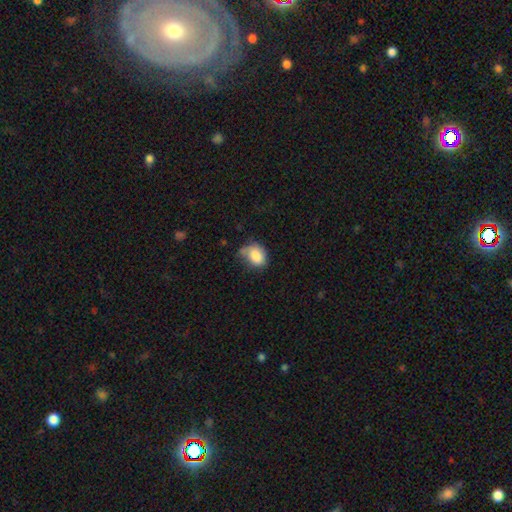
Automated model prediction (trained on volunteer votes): Smooth or featured? Predicted: smooth (p=0.82). How rounded? Predicted: in between (p=0.70). Merging? Predicted: none (p=0.40).